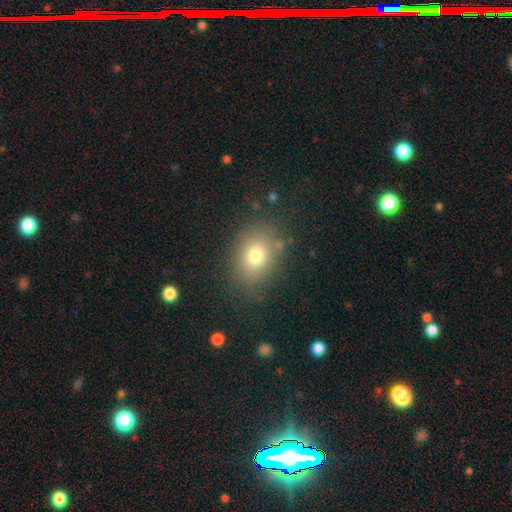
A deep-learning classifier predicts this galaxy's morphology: Smooth or featured: smooth — 75% (star or artifact — 13%)
How rounded: in between — 57% (round — 42%)
Merging: none — 80% (minor disturbance — 13%)